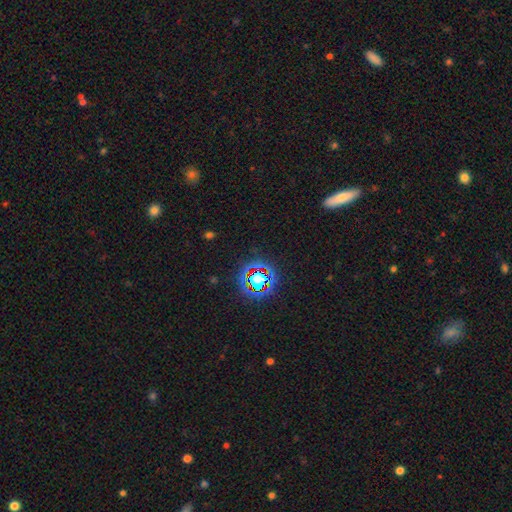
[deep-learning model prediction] smooth_or_featured: star or artifact (p=0.66) [alt: smooth p=0.22]